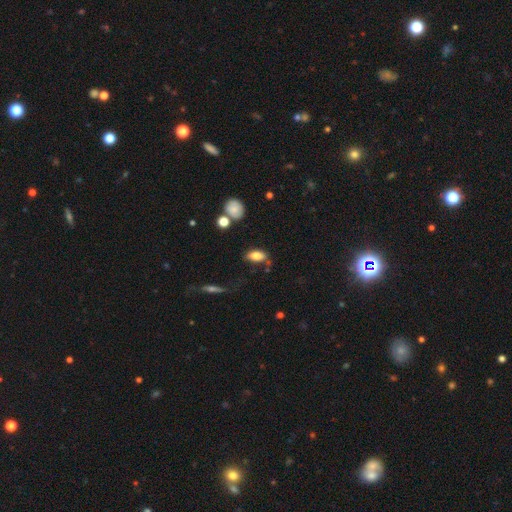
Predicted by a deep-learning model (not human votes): Smooth or featured? Predicted: smooth (p=0.80). How rounded? Predicted: in between (p=0.88). Merging? Predicted: none (p=0.71).